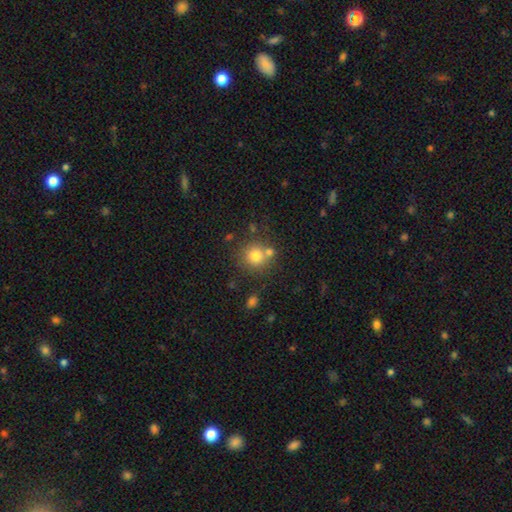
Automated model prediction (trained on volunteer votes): smooth 77%, star or artifact 12%, featured or disk 11%. Down the decision tree: how rounded — round (90%); merging — none (66%).